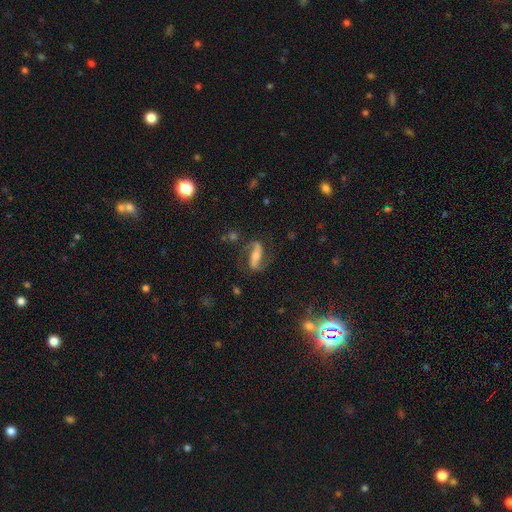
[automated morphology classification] Smooth or featured: featured or disk — 80% (smooth — 14%)
Edge-on disk: no — 90% (yes — 10%)
Bar: strong — 60% (weak — 21%)
Spiral arms: yes — 93% (no — 7%)
Spiral winding: medium — 44% (loose — 39%)
Spiral arm count: 2 — 91% (can't tell — 3%)
Bulge size: moderate — 49% (small — 40%)
Merging: none — 73% (minor disturbance — 14%)